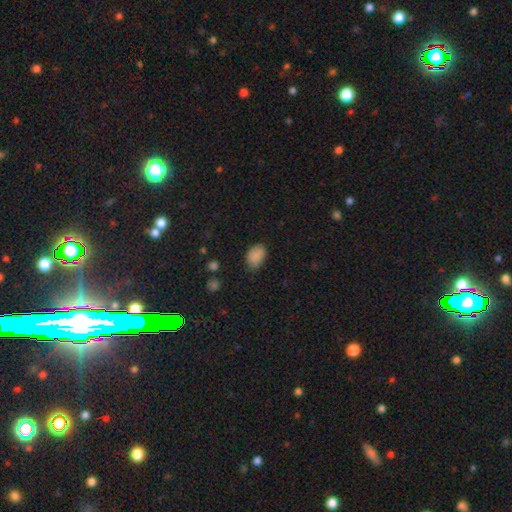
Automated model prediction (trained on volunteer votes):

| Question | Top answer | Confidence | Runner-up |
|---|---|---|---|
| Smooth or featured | smooth | 88% | star or artifact (9%) |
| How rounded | in between | 84% | round (15%) |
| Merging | none | 72% | minor disturbance (23%) |